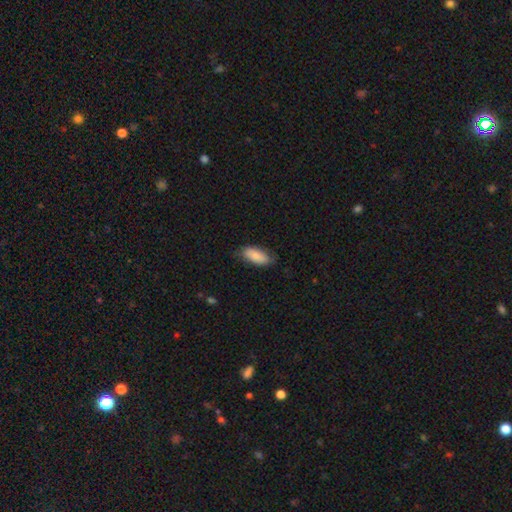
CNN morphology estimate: A smooth galaxy with no disk features (79%) that is in between round and cigar-shaped (88%). Merging: none (68%).